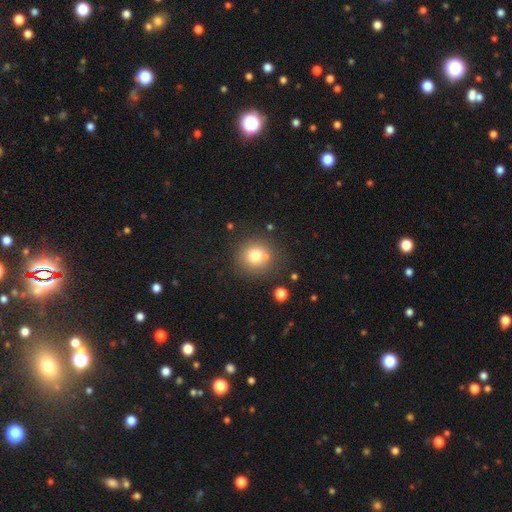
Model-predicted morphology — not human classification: This is likely a smooth galaxy (76%). How rounded: clearly round (91%). Merging: likely none (72%).